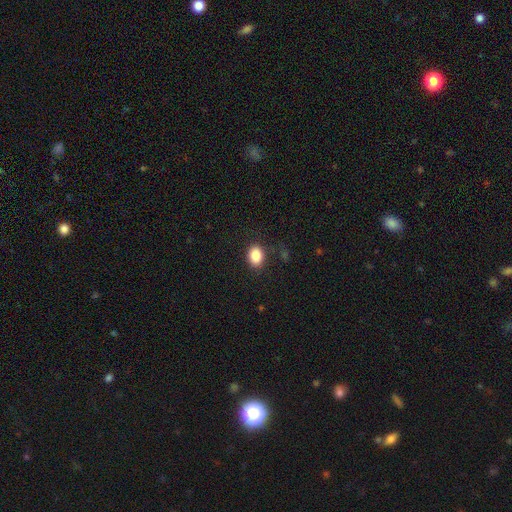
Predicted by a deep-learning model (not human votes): Morphology: type=smooth (86%); roundness=in between (65%); merging=none (84%).